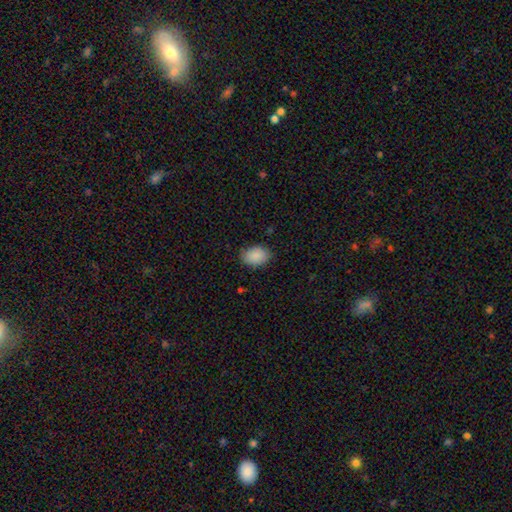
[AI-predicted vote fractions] A smooth galaxy with no disk features (89%) that is in between round and cigar-shaped (77%). Merging: none (80%).